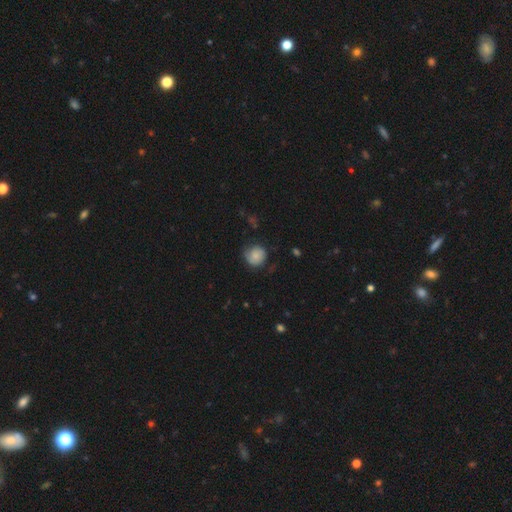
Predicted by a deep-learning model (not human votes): This is likely a smooth galaxy (72%). How rounded: clearly round (85%). Merging: likely none (63%).